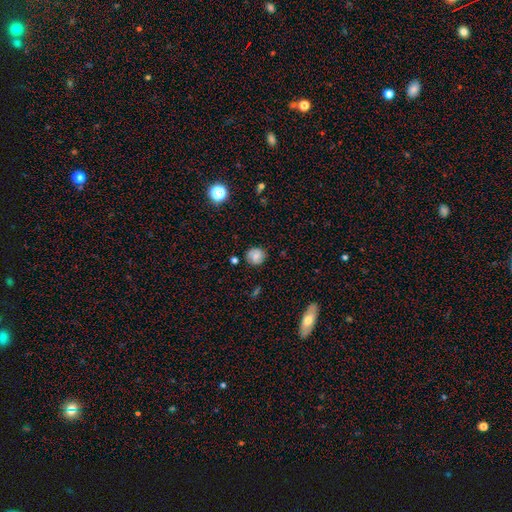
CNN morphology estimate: Overall: smooth (54%; featured or disk 36%). How rounded: round (83%). Merging: none (78%).